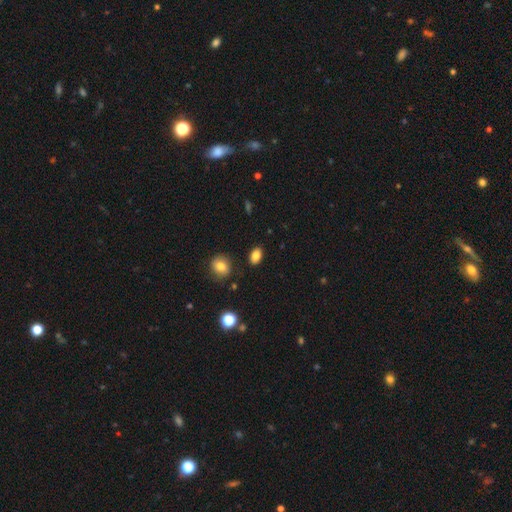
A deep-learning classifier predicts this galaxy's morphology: smooth_or_featured: smooth (p=0.84) [alt: star or artifact p=0.10]
how_rounded: in between (p=0.84) [alt: round p=0.14]
merging: none (p=0.86) [alt: minor disturbance p=0.09]